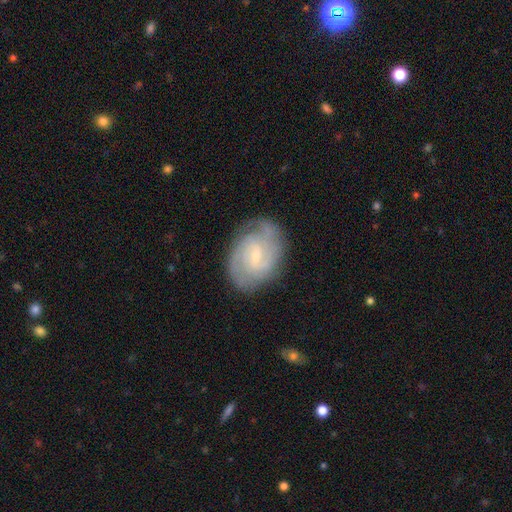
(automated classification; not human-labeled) smooth-or-featured: featured or disk: 83% | smooth: 11% | star or artifact: 6%
  disk-edge-on: no: 97% | yes: 3%
    bar: weak: 53% | no: 35% | strong: 11%
    has-spiral-arms: yes: 96% | no: 4%
      spiral-winding: tight: 53% | medium: 39% | loose: 8%
      spiral-arm-count: 2: 50% | can't tell: 20% | 3: 17% | 4: 5% | 1: 4% | more than 4: 3%
    bulge-size: small: 69% | moderate: 27% | none: 2% | large: 1% | dominant: 1%
  merging: none: 79% | minor disturbance: 15% | major disturbance: 4% | merger: 1%